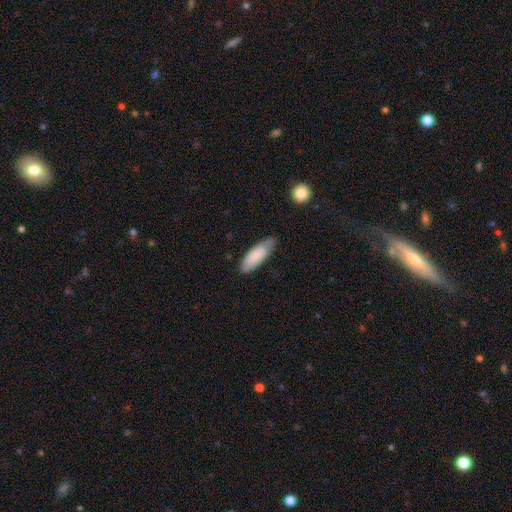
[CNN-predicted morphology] The model was most divided on "how rounded": in between: 62%, cigar-shaped: 37%, round: 1%. More confident: smooth or featured — smooth (81%); merging — none (72%).